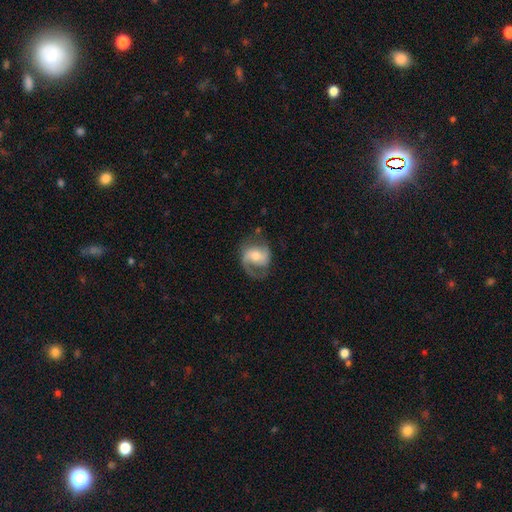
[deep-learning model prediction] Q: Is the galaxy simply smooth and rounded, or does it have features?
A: featured or disk — 75%.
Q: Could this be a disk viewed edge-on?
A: no — 97%.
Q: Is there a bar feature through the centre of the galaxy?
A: no — 45%.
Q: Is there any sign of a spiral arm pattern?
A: yes — 92%.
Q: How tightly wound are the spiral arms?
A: medium — 47%.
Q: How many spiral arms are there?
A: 2 — 67%.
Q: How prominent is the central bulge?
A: moderate — 61%.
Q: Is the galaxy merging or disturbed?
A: none — 61%.